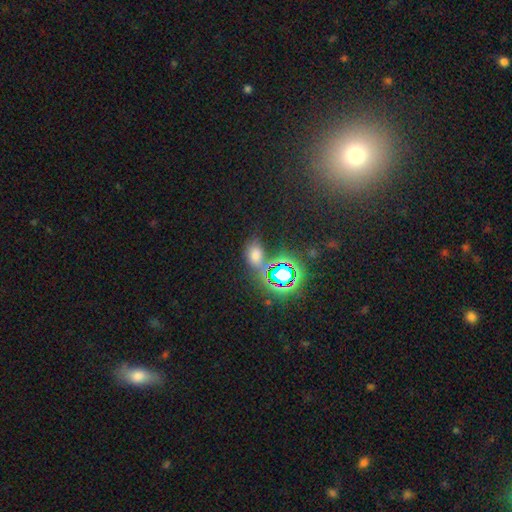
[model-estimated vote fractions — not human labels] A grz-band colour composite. It shows a star or artifact, not a galaxy (47%).